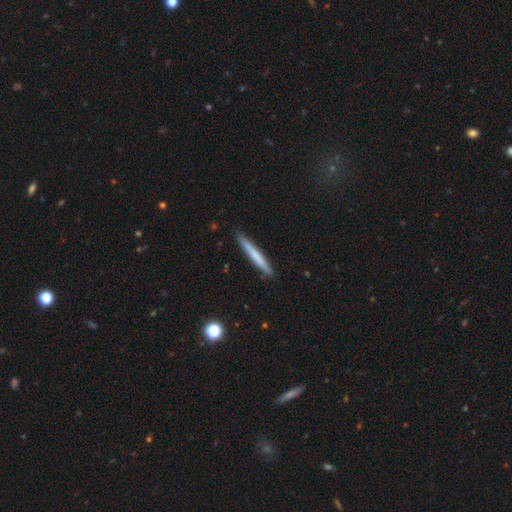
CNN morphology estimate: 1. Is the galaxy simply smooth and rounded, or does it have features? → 63% smooth, 31% featured or disk, 6% star or artifact.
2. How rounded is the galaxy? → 97% cigar-shaped, 2% in between, 1% round.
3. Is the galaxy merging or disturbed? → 90% none, 8% minor disturbance, 1% major disturbance, 1% merger.